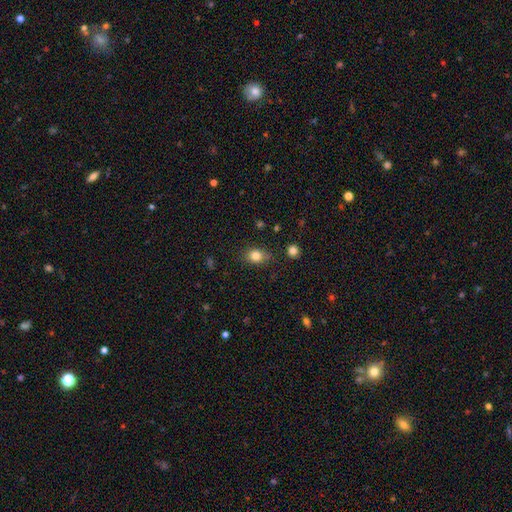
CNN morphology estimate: A smooth galaxy with no disk features (82%) that is in between round and cigar-shaped (56%).

Vote fractions:
- Smooth or featured? smooth: 82% / star or artifact: 11% / featured or disk: 7%
- How rounded? in between: 56% / round: 42% / cigar-shaped: 1%
- Merging? none: 77% / minor disturbance: 17% / major disturbance: 4% / merger: 3%